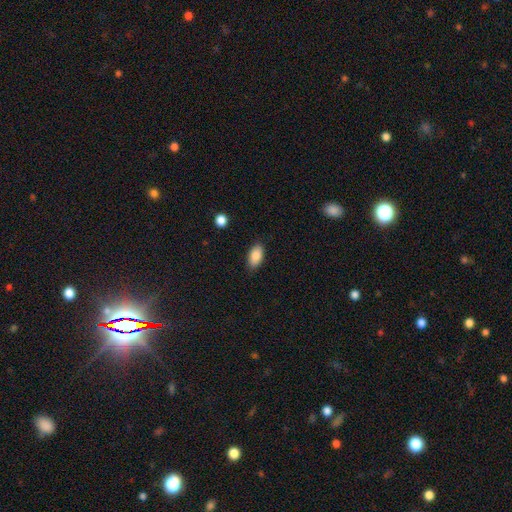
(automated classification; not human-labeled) Morphology: type=smooth (87%); roundness=in between (93%); merging=none (86%).